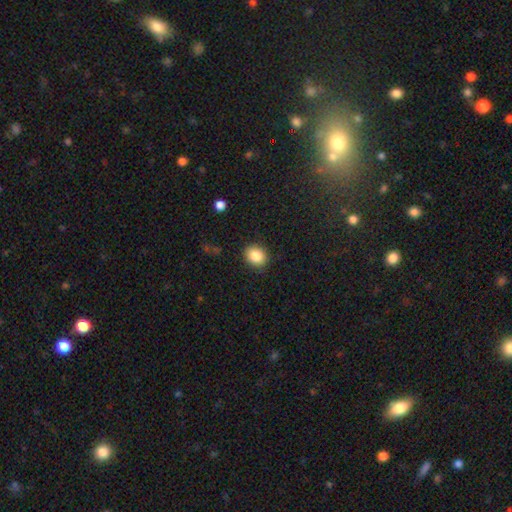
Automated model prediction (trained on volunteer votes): A smooth galaxy with no disk features (86%) that is round (62%).

Vote fractions:
- Smooth or featured? smooth: 86% / star or artifact: 9% / featured or disk: 5%
- How rounded? round: 62% / in between: 37% / cigar-shaped: 1%
- Merging? none: 88% / minor disturbance: 8% / major disturbance: 2% / merger: 1%